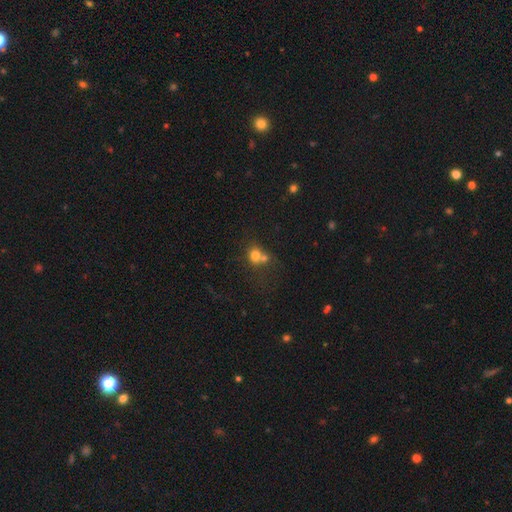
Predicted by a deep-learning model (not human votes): The model was most divided on "merging": merger: 53%, none: 34%, minor disturbance: 8%, major disturbance: 5%. More confident: smooth or featured — smooth (74%); how rounded — round (74%).